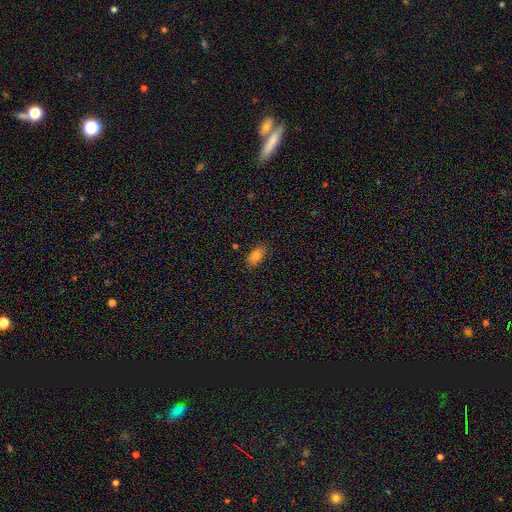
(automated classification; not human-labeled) smooth-or-featured: smooth: 82% | star or artifact: 9% | featured or disk: 9%
  how-rounded: in between: 92% | round: 6% | cigar-shaped: 3%
  merging: none: 83% | minor disturbance: 13% | major disturbance: 3% | merger: 1%